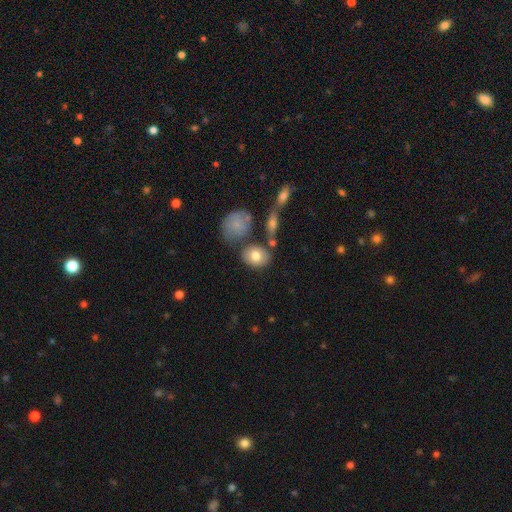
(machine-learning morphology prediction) Smooth or featured? smooth (78%)
How rounded? in between (64%)
Merging? none (68%)